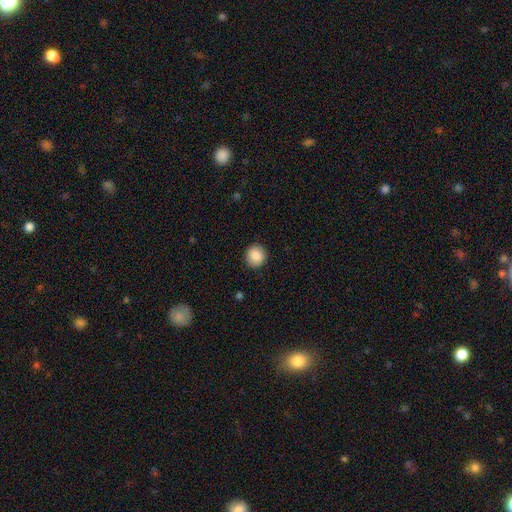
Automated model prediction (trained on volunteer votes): Smooth or featured?
  - smooth: 89% *
  - star or artifact: 8%
  - featured or disk: 3%
How rounded?
  - round: 90% *
  - in between: 10%
  - cigar-shaped: 1%
Merging?
  - none: 90% *
  - minor disturbance: 7%
  - major disturbance: 2%
  - merger: 1%